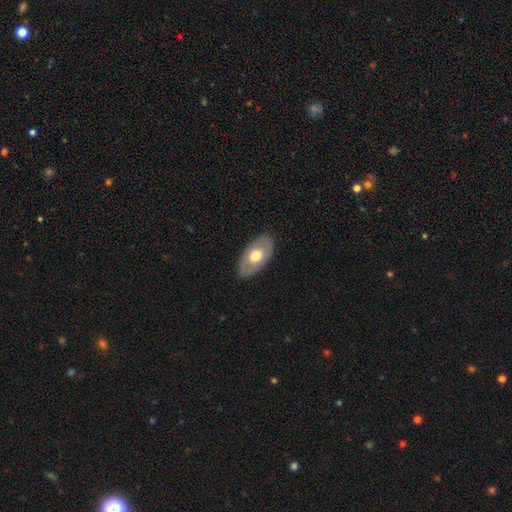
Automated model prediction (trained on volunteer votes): Smooth or featured: smooth — 54% (featured or disk — 41%)
How rounded: in between — 93% (round — 5%)
Merging: none — 85% (minor disturbance — 11%)